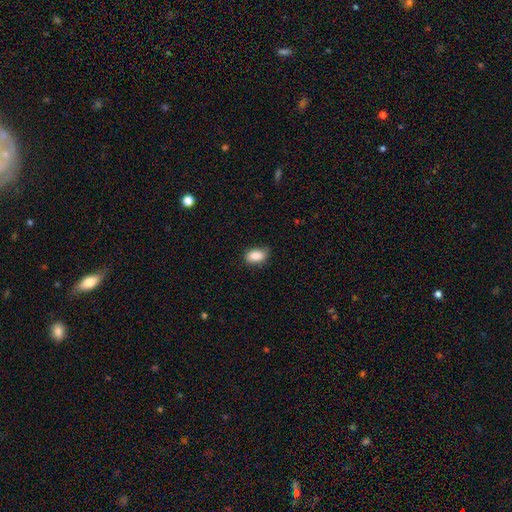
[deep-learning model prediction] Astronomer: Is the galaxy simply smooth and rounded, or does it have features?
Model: smooth — 88%.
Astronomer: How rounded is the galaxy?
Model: in between — 89%.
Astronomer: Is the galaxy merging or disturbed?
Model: none — 75%.